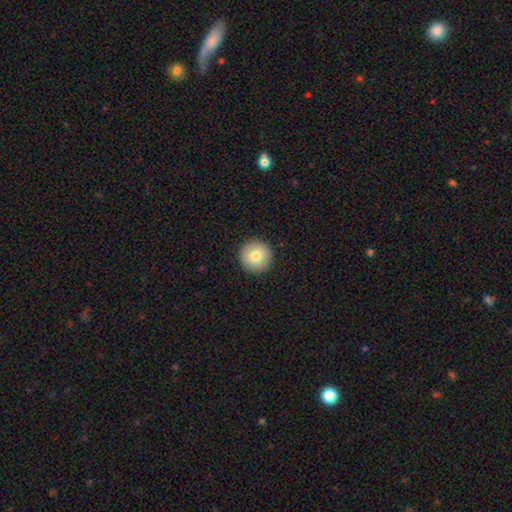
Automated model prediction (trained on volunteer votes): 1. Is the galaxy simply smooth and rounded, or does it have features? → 81% smooth, 11% featured or disk, 8% star or artifact.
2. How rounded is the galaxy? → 96% round, 3% in between, 1% cigar-shaped.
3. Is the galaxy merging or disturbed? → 93% none, 5% minor disturbance, 2% major disturbance, 1% merger.